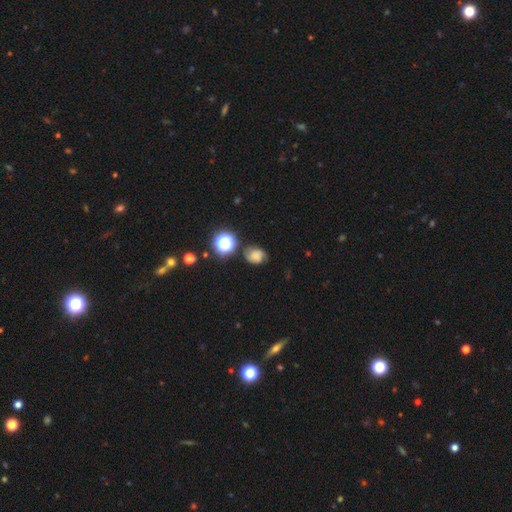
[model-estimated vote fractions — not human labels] Q: Smooth or featured?
A: smooth (55%); runner-up: featured or disk (27%)
Q: How rounded?
A: round (64%); runner-up: in between (35%)
Q: Merging?
A: none (67%); runner-up: minor disturbance (21%)